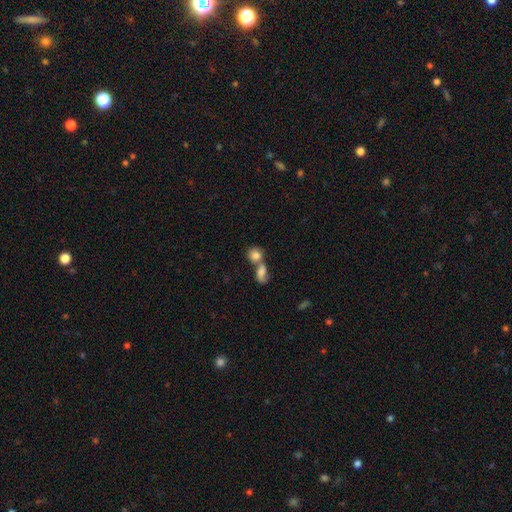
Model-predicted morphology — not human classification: The model was most divided on "merging": merger: 60%, none: 29%, minor disturbance: 7%, major disturbance: 4%. More confident: smooth or featured — smooth (80%); how rounded — round (68%).